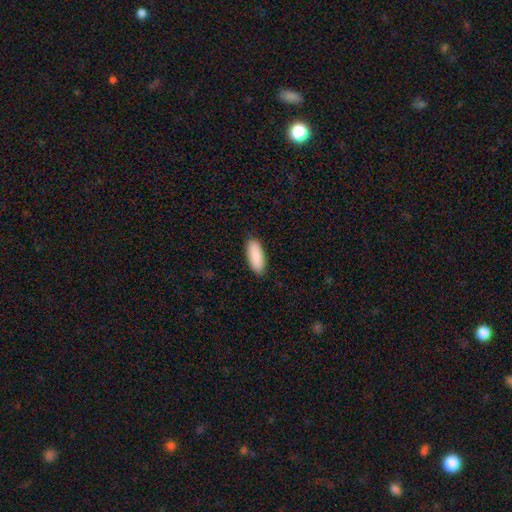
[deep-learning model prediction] smooth 91%, star or artifact 5%, featured or disk 4%. Down the decision tree: how rounded — in between (73%); merging — none (89%).